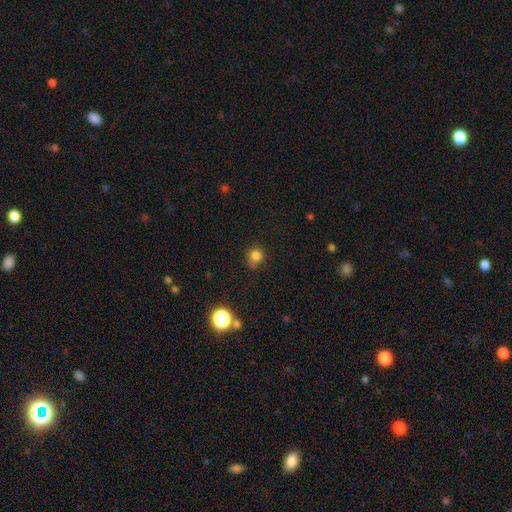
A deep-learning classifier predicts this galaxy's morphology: Smooth or featured?
  - smooth: 80% *
  - star or artifact: 15%
  - featured or disk: 6%
How rounded?
  - round: 86% *
  - in between: 13%
  - cigar-shaped: 1%
Merging?
  - none: 65% *
  - minor disturbance: 23%
  - major disturbance: 7%
  - merger: 4%